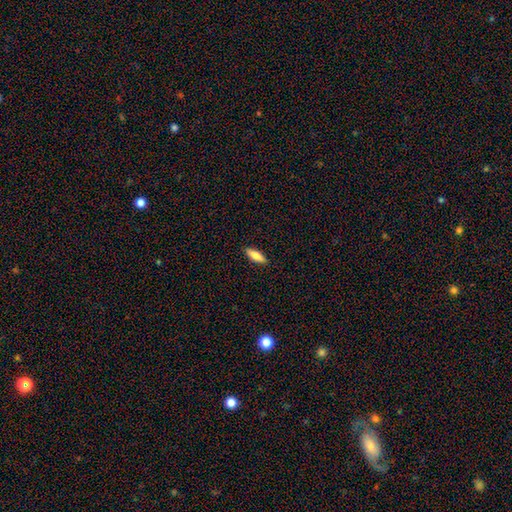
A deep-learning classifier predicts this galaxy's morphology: A smooth galaxy with no disk features (79%) that is in between round and cigar-shaped (56%). Merging: none (90%).